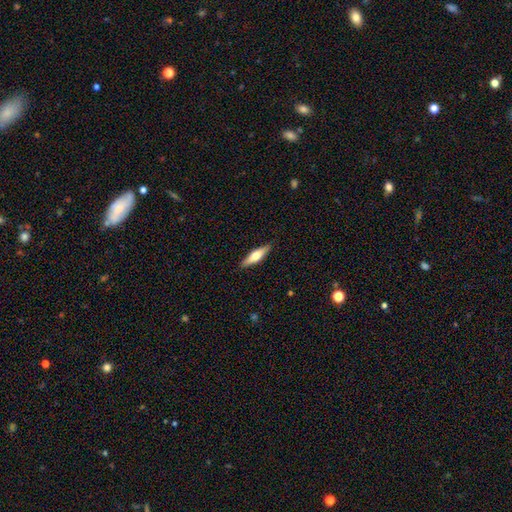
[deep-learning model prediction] smooth-or-featured: smooth: 53% | featured or disk: 41% | star or artifact: 6%
  how-rounded: cigar-shaped: 63% | in between: 35% | round: 2%
  merging: none: 88% | minor disturbance: 9% | major disturbance: 2% | merger: 1%